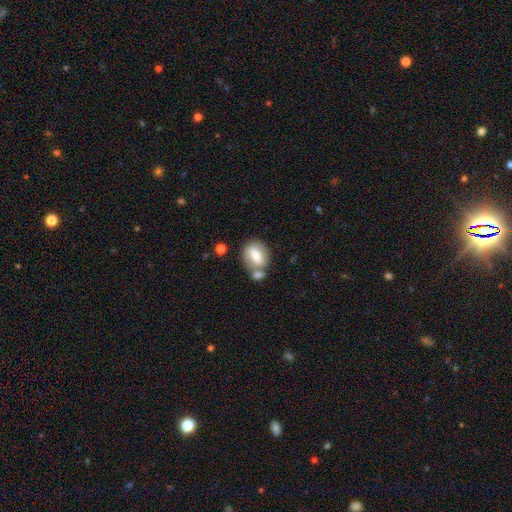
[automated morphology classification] Smooth or featured: smooth — 60% (featured or disk — 32%)
How rounded: in between — 61% (round — 37%)
Merging: none — 43% (merger — 36%)